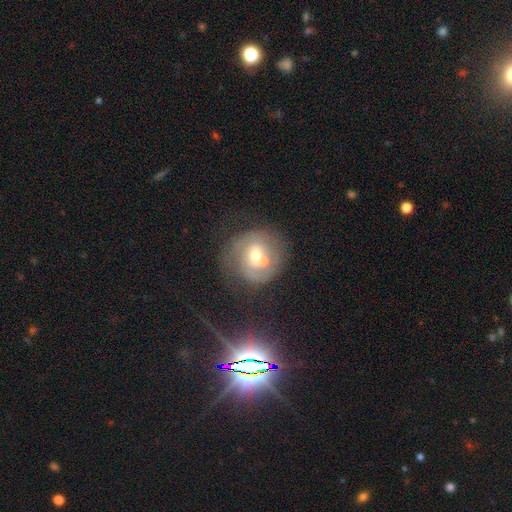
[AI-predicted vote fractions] Smooth or featured? Predicted: featured or disk (p=0.62). Edge-on disk? Predicted: no (p=0.96). Bar? Predicted: no (p=0.55). Spiral arms? Predicted: yes (p=0.70). Bulge size? Predicted: moderate (p=0.60). Merging? Predicted: none (p=0.48).